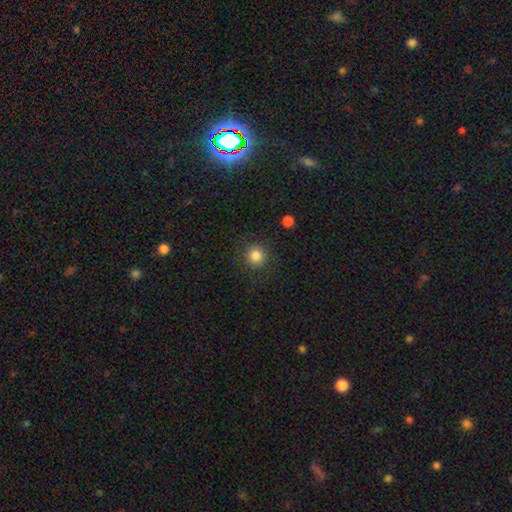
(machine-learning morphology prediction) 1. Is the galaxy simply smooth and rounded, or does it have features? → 85% smooth, 11% star or artifact, 4% featured or disk.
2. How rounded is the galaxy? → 93% round, 7% in between, 1% cigar-shaped.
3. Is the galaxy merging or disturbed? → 88% none, 7% minor disturbance, 3% major disturbance, 2% merger.